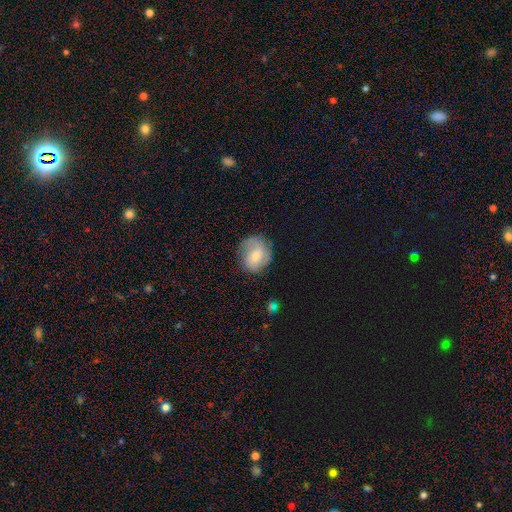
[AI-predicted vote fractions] The model was most divided on "smooth or featured": smooth: 48%, featured or disk: 43%, star or artifact: 9%. More confident: merging — none (71%).